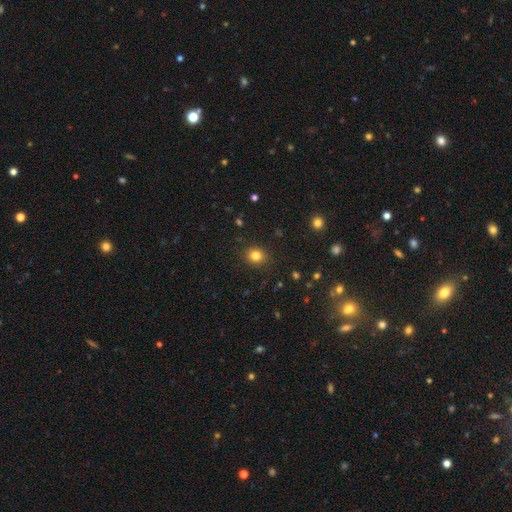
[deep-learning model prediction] This appears to be a smooth galaxy with no disk features (82%) that is round (78%). Merging: none (89%).